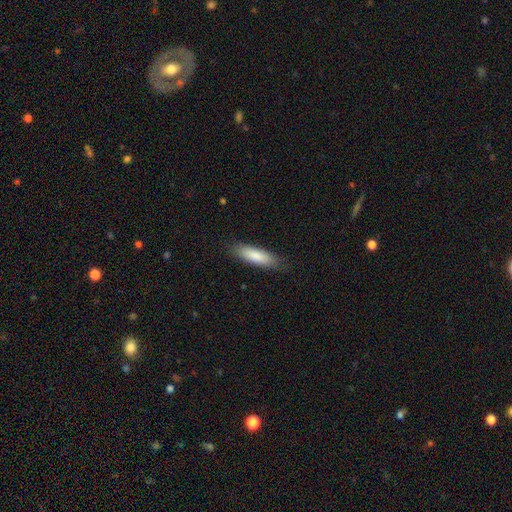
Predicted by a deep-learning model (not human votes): smooth-or-featured: smooth: 85% | featured or disk: 10% | star or artifact: 5%
  how-rounded: cigar-shaped: 57% | in between: 41% | round: 1%
  merging: none: 85% | minor disturbance: 11% | major disturbance: 2% | merger: 1%